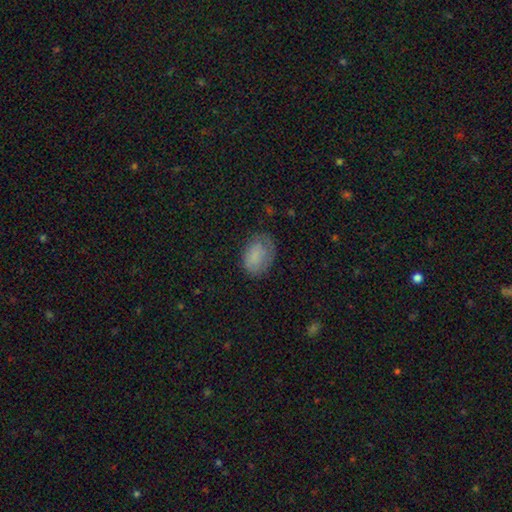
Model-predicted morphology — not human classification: Smooth or featured: smooth — 77% (featured or disk — 15%)
How rounded: in between — 83% (round — 16%)
Merging: none — 54% (minor disturbance — 30%)